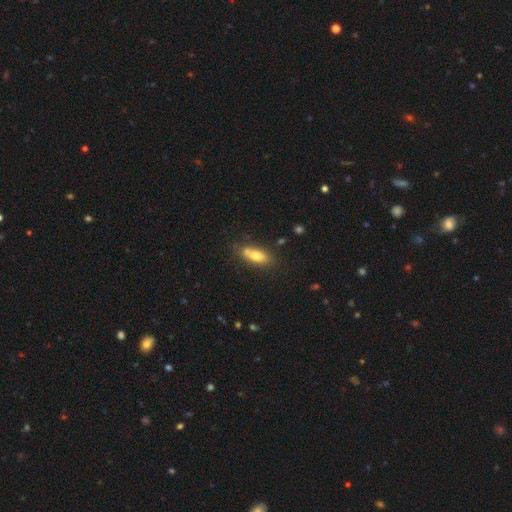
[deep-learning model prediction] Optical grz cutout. It shows a smooth galaxy with no disk features (72%) that is in between round and cigar-shaped (73%). Merging: none (65%).